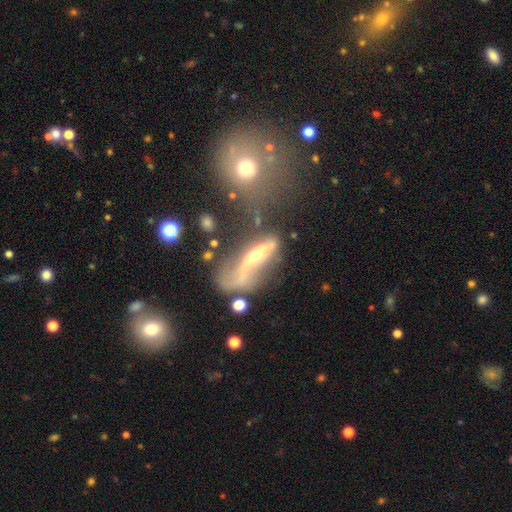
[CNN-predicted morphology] Q: Smooth or featured?
A: featured or disk (71%); runner-up: smooth (21%)
Q: Edge-on disk?
A: no (57%); runner-up: yes (43%)
Q: Merging?
A: major disturbance (34%); runner-up: none (28%)